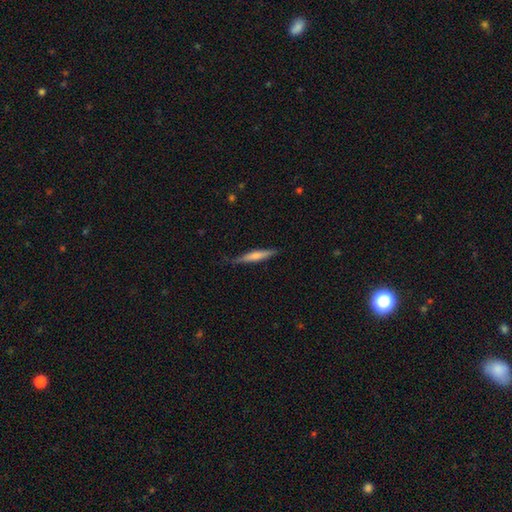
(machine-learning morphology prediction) This is possibly a smooth galaxy (55%). How rounded: clearly cigar-shaped (92%). Merging: clearly none (81%).